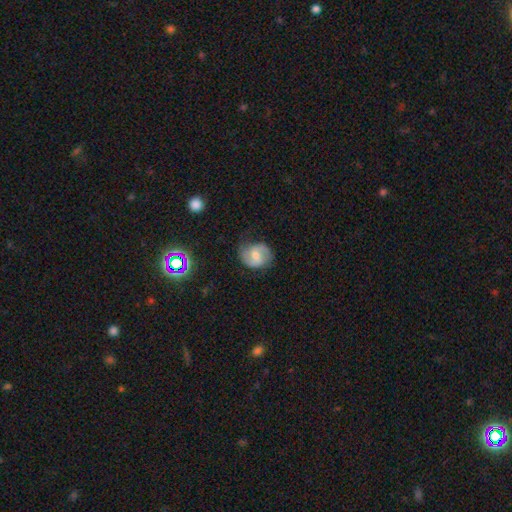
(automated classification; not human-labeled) A featured or disk galaxy (67%) with a weak bar (53%), 2 (88%) medium (49%) spiral arms (90%) and a moderate central bulge (58%).

Vote fractions:
- Smooth or featured? featured or disk: 67% / smooth: 26% / star or artifact: 7%
- Edge-on disk? no: 98% / yes: 2%
- Bar? weak: 53% / no: 30% / strong: 17%
- Spiral arms? yes: 90% / no: 10%
- Spiral winding? medium: 49% / loose: 28% / tight: 23%
- Spiral arm count? 2: 88% / can't tell: 7% / 1: 3% / 3: 1% / 4: 1% / more than 4: 1%
- Bulge size? moderate: 58% / small: 33% / none: 4% / large: 4% / dominant: 1%
- Merging? none: 70% / minor disturbance: 21% / major disturbance: 7% / merger: 2%